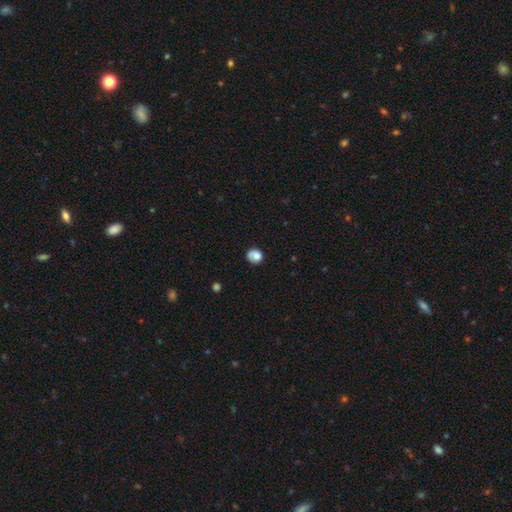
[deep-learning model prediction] Morphology: type=smooth (79%); roundness=round (77%); merging=none (67%).